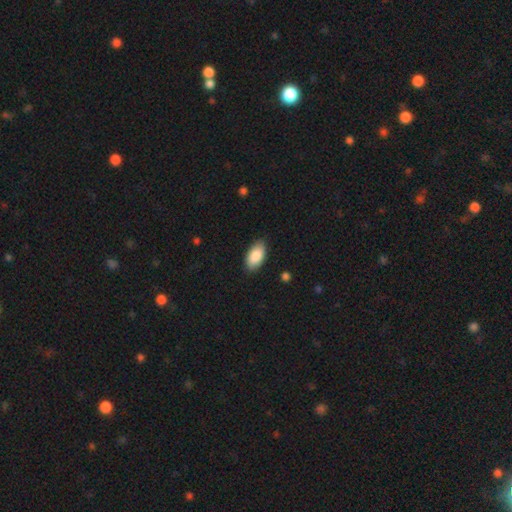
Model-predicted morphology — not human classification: The model was most divided on "merging": none: 85%, minor disturbance: 12%, major disturbance: 2%, merger: 1%. More confident: how rounded — in between (94%); smooth or featured — smooth (87%).